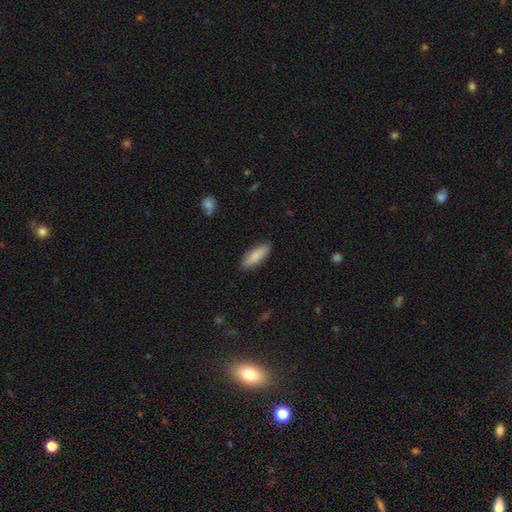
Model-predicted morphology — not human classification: Smooth or featured? Predicted: smooth (p=0.87). How rounded? Predicted: in between (p=0.59). Merging? Predicted: none (p=0.89).